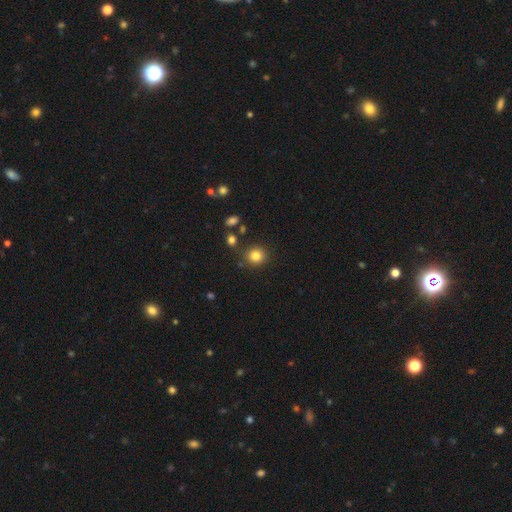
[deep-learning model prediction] This appears to be a smooth galaxy with no disk features (83%) that is round (87%). Merging: none (86%).